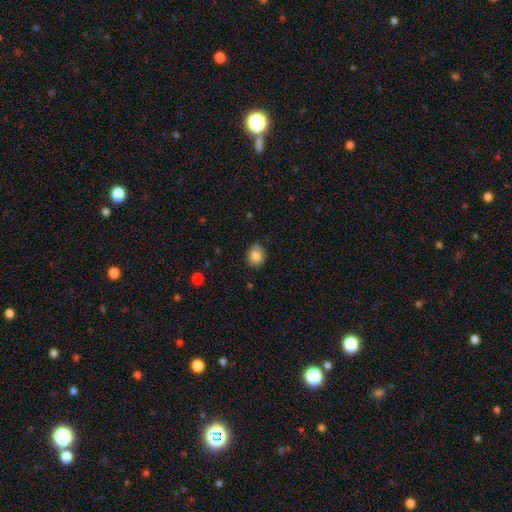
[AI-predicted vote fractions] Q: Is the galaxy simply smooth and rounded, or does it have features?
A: smooth — 84%.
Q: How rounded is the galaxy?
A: round — 62%.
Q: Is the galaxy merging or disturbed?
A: none — 79%.